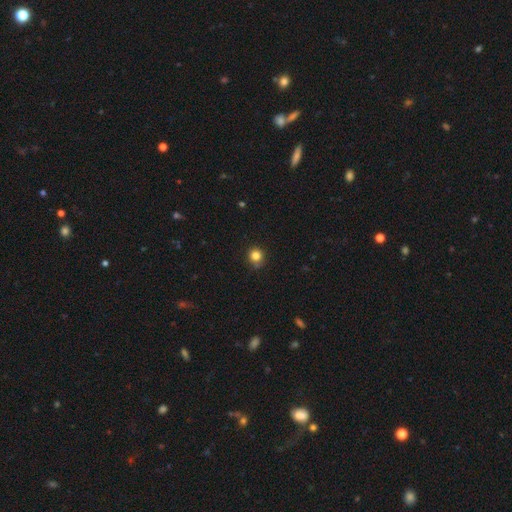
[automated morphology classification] type=smooth (83%); roundness=round (93%); merging=none (83%).